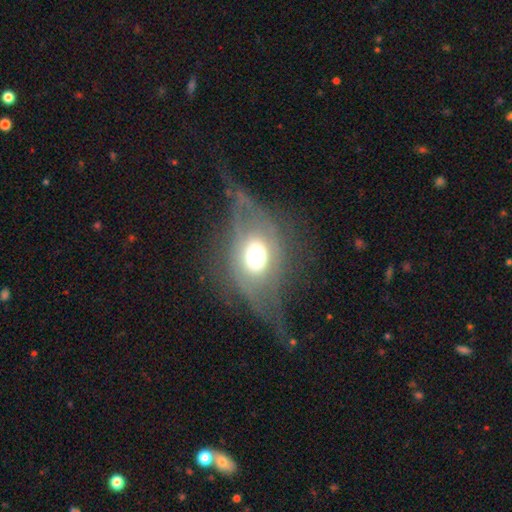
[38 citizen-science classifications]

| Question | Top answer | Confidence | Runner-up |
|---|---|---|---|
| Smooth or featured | featured or disk | 87% | smooth (11%) |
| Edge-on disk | no | 76% | yes (24%) |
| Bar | no | 80% | weak (16%) |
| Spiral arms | no | 72% | yes (28%) |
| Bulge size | large | 60% | moderate (28%) |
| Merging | major disturbance | 62% | none (24%) |